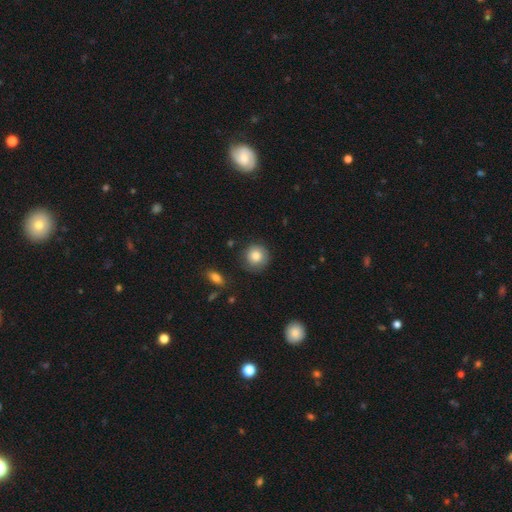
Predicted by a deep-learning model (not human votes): Smooth or featured?
  - smooth: 83% *
  - featured or disk: 9%
  - star or artifact: 8%
How rounded?
  - round: 92% *
  - in between: 7%
  - cigar-shaped: 1%
Merging?
  - none: 79% *
  - minor disturbance: 15%
  - major disturbance: 4%
  - merger: 2%